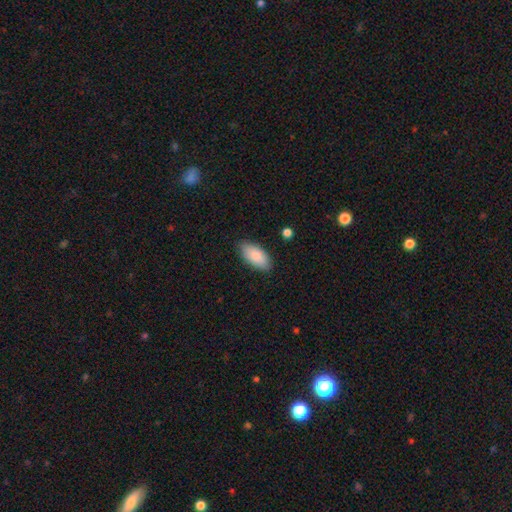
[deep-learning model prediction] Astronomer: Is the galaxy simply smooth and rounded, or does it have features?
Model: smooth — 87%.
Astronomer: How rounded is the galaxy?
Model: in between — 94%.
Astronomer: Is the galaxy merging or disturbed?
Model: none — 86%.